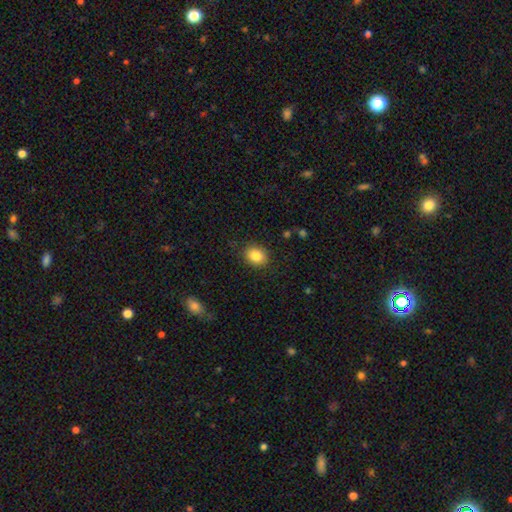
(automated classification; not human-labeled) This appears to be a smooth galaxy with no disk features (85%) that is round (52%). Merging: none (87%).